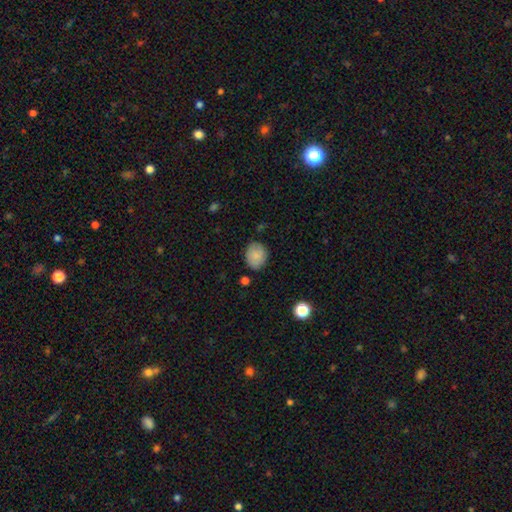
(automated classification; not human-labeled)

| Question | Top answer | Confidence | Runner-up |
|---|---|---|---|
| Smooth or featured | smooth | 86% | star or artifact (8%) |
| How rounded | round | 54% | in between (45%) |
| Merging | none | 80% | minor disturbance (15%) |